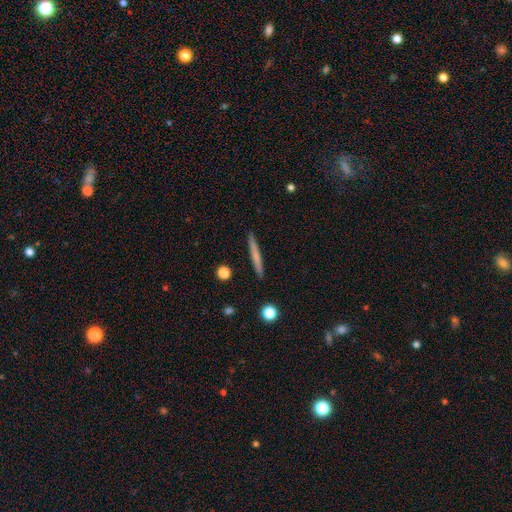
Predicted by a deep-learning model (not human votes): Smooth or featured? Predicted: smooth (p=0.61). How rounded? Predicted: cigar-shaped (p=0.96). Merging? Predicted: none (p=0.91).